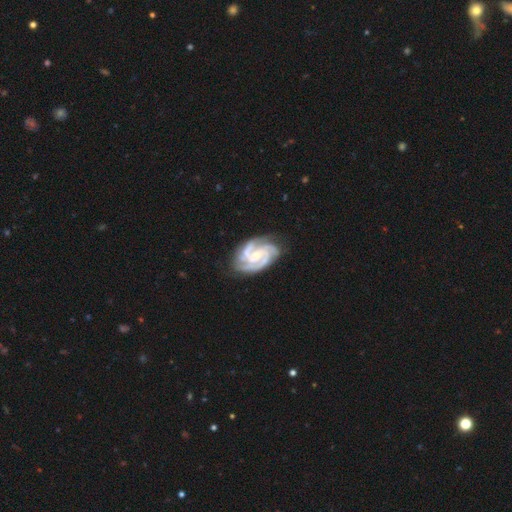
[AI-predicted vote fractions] Smooth or featured? featured or disk (92%)
Edge-on disk? no (98%)
Bar? no (55%)
Spiral arms? yes (99%)
Spiral winding? tight (63%)
Spiral arm count? 3 (58%)
Bulge size? small (62%)
Merging? none (76%)